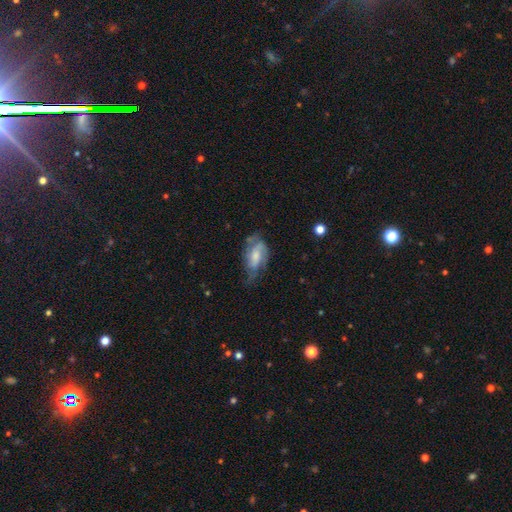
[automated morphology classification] smooth_or_featured: featured or disk (p=0.58) [alt: smooth p=0.35]
disk_edge_on: no (p=0.93) [alt: yes p=0.07]
bar: no (p=0.54) [alt: weak p=0.37]
has_spiral_arms: yes (p=0.79) [alt: no p=0.21]
bulge_size: moderate (p=0.42) [alt: small p=0.36]
merging: none (p=0.44) [alt: minor disturbance p=0.32]